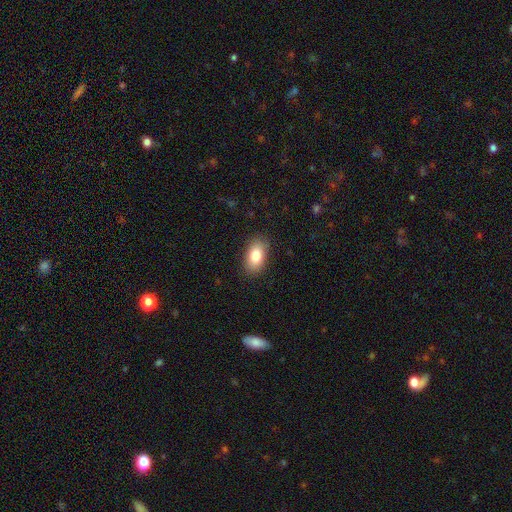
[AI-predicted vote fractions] Smooth or featured? smooth (84%)
How rounded? in between (91%)
Merging? none (87%)